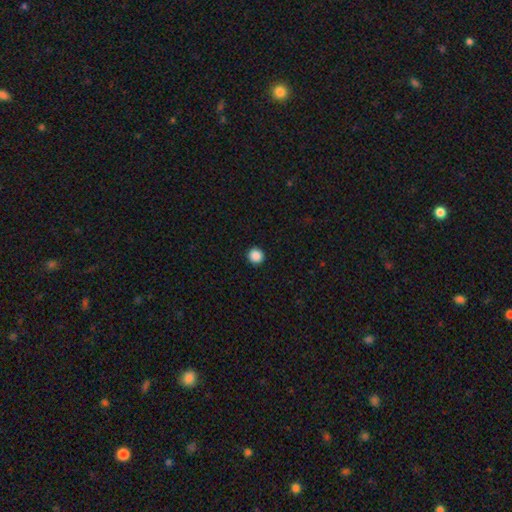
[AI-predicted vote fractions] Smooth or featured? Predicted: smooth (p=0.88). How rounded? Predicted: round (p=0.95). Merging? Predicted: none (p=0.94).